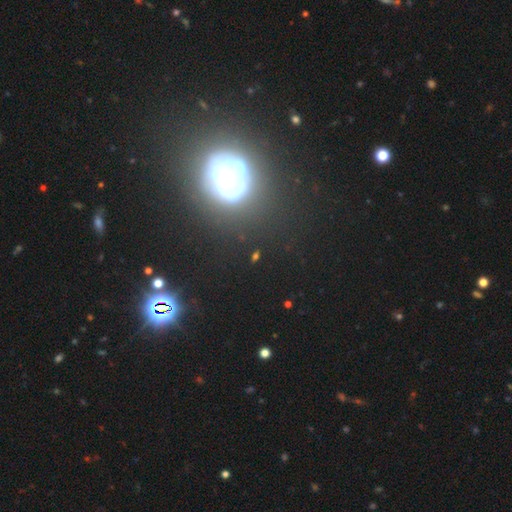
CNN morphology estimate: Smooth or featured?
  - star or artifact: 47% *
  - featured or disk: 29%
  - smooth: 24%